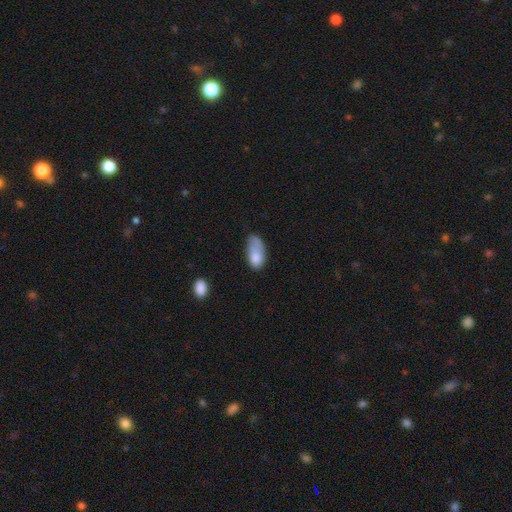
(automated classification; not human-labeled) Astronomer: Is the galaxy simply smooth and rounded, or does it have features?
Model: smooth — 77%.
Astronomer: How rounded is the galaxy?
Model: in between — 91%.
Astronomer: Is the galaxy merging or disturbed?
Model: minor disturbance — 36% (runner-up: none, 28%).